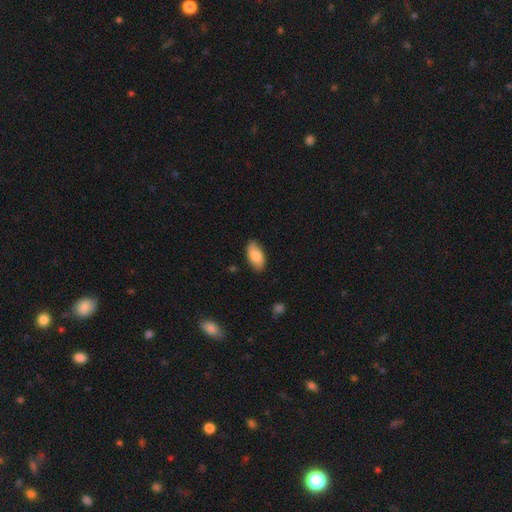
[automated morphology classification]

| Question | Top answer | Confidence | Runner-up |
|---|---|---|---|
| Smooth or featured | smooth | 77% | featured or disk (16%) |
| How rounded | in between | 93% | cigar-shaped (4%) |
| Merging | none | 82% | minor disturbance (14%) |